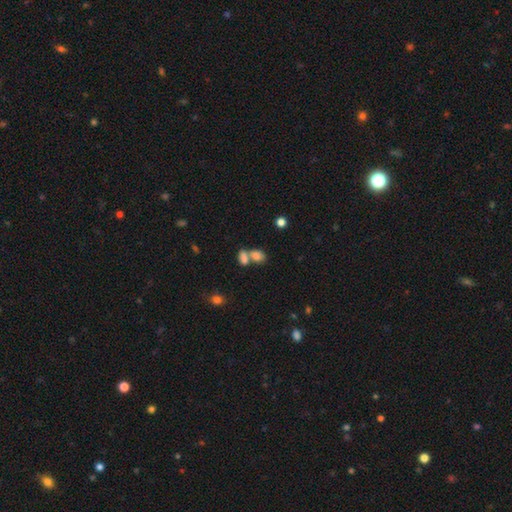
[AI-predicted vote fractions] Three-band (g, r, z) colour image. It shows a smooth galaxy with no disk features (80%) that is in between round and cigar-shaped (76%). Merging: merger (57%).